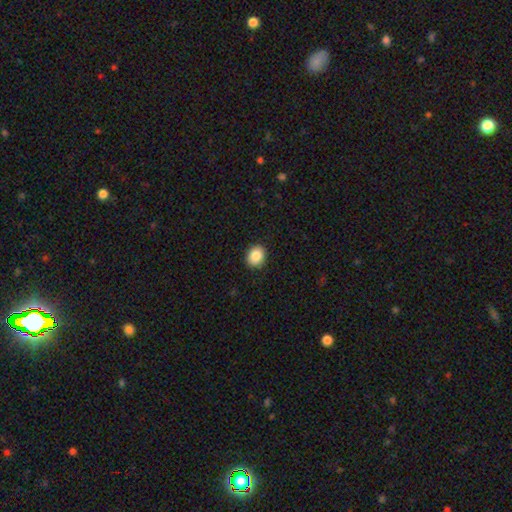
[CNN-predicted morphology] Smooth or featured? Predicted: smooth (p=0.87). How rounded? Predicted: round (p=0.61). Merging? Predicted: none (p=0.91).